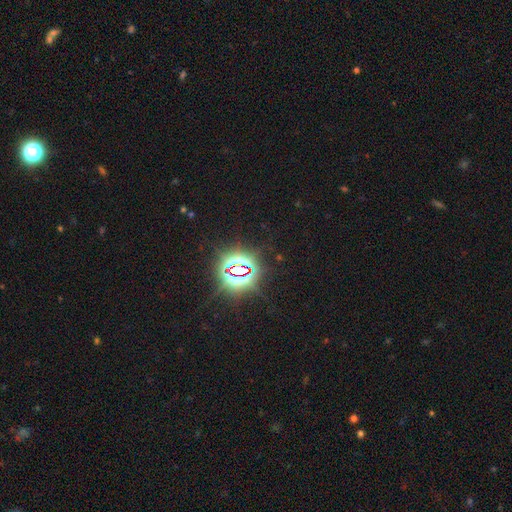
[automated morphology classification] This is clearly a star or artifact rather than a galaxy (83%).